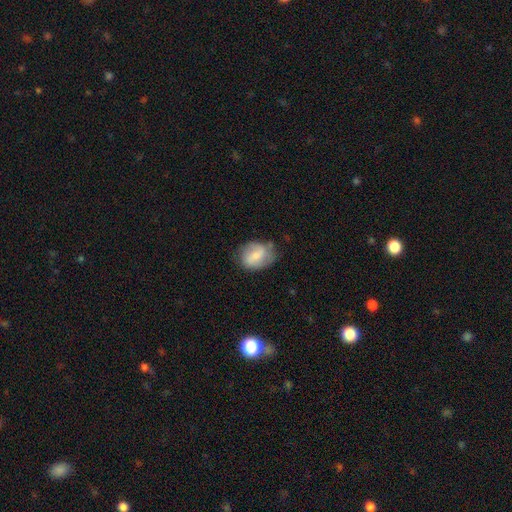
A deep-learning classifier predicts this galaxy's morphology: smooth 49%, featured or disk 43%, star or artifact 7%. Down the decision tree: merging — none (61%).